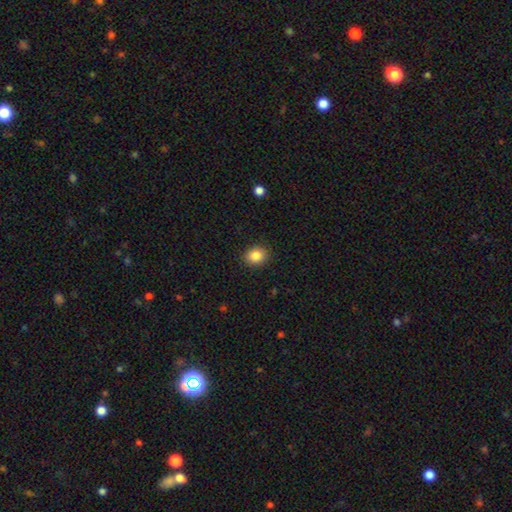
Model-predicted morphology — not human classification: type=smooth (86%); roundness=round (61%); merging=none (89%).